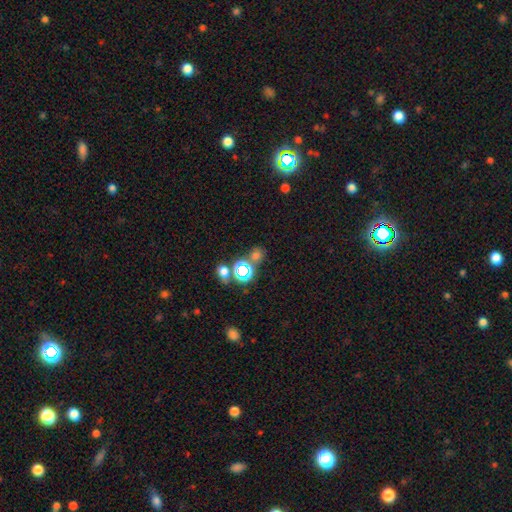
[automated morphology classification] Smooth or featured: smooth — 55% (star or artifact — 38%)
How rounded: round — 80% (in between — 19%)
Merging: none — 67% (merger — 19%)